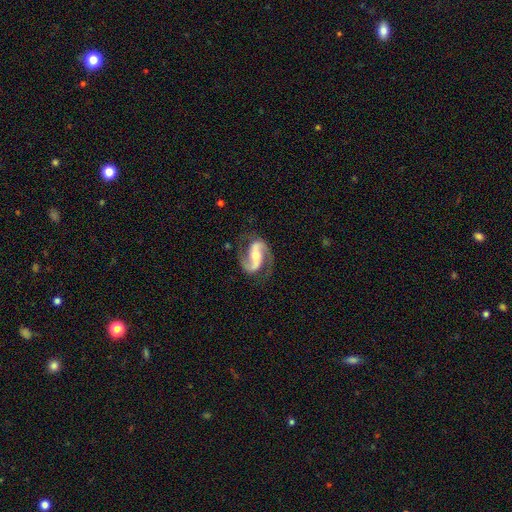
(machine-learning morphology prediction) type=featured or disk (91%); edge-on=no (97%); bar=strong (43%); spiral arms=yes (98%); winding=medium (55%); arm count=2 (93%); bulge=moderate (53%); merging=none (77%).